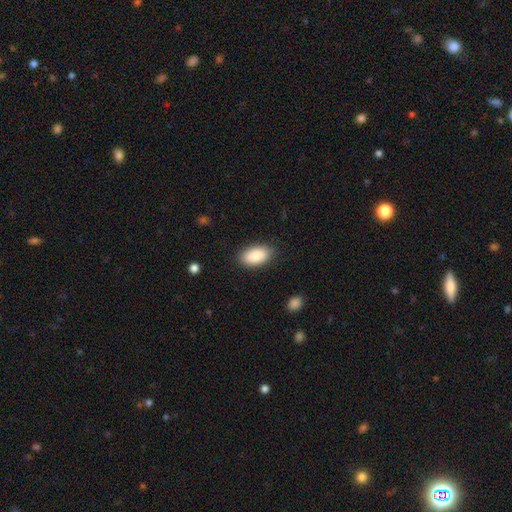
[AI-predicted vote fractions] Smooth or featured?
  - smooth: 88% *
  - star or artifact: 6%
  - featured or disk: 6%
How rounded?
  - in between: 95% *
  - round: 3%
  - cigar-shaped: 2%
Merging?
  - none: 86% *
  - minor disturbance: 10%
  - major disturbance: 3%
  - merger: 1%